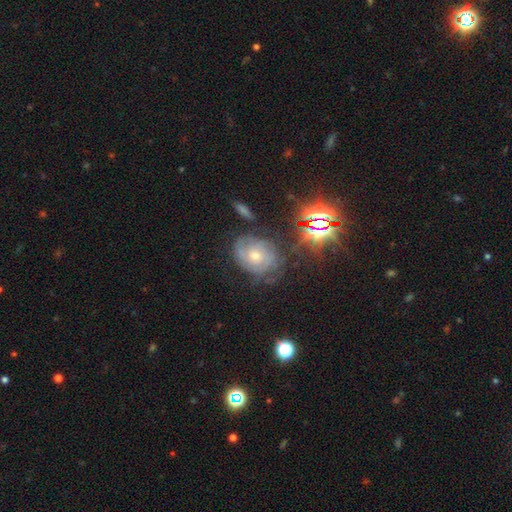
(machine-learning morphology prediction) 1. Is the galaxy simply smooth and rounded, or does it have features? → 64% featured or disk, 21% smooth, 15% star or artifact.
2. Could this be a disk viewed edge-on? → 97% no, 3% yes.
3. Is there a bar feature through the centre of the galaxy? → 76% no, 20% weak, 4% strong.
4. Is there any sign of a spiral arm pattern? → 84% yes, 16% no.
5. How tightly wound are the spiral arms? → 63% tight, 28% medium, 9% loose.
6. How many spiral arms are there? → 47% can't tell, 23% 2, 15% 3, 6% 4, 5% 1, 4% more than 4.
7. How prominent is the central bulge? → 50% moderate, 43% small, 3% large, 3% none, 1% dominant.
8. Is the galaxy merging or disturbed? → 59% none, 24% minor disturbance, 13% major disturbance, 4% merger.